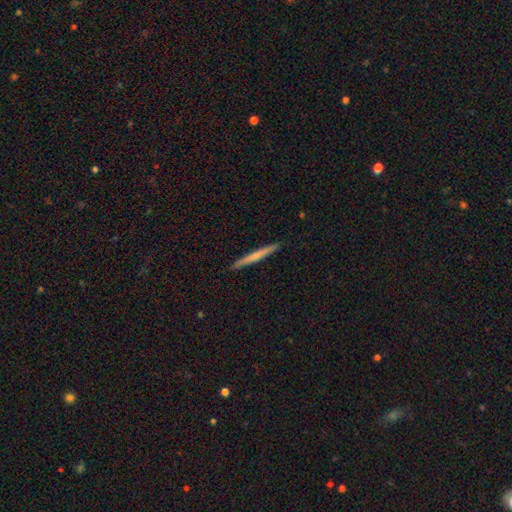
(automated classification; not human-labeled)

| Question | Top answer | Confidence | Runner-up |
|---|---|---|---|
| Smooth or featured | smooth | 58% | featured or disk (37%) |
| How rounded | cigar-shaped | 97% | in between (2%) |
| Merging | none | 92% | minor disturbance (6%) |